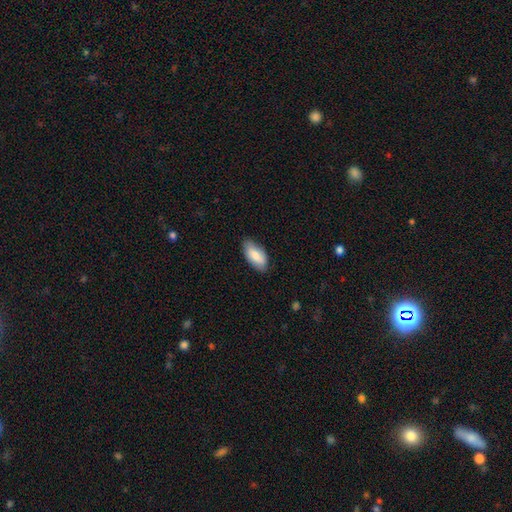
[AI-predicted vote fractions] Smooth or featured? Predicted: smooth (p=0.77). How rounded? Predicted: in between (p=0.92). Merging? Predicted: none (p=0.79).